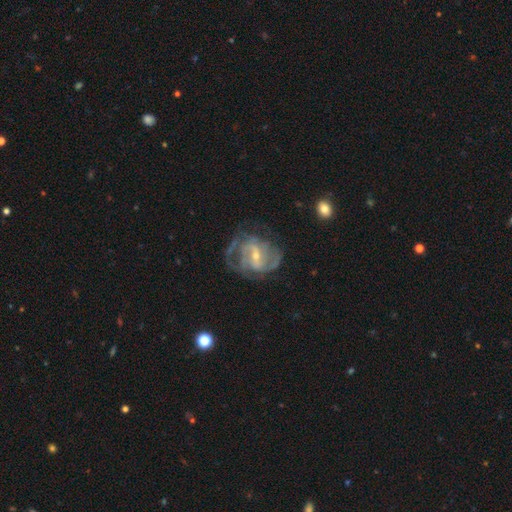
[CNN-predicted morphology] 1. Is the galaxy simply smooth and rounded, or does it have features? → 86% featured or disk, 8% smooth, 6% star or artifact.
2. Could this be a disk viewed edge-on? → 97% no, 3% yes.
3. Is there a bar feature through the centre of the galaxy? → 50% weak, 33% strong, 17% no.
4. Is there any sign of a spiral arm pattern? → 92% yes, 8% no.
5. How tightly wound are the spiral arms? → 48% medium, 33% tight, 19% loose.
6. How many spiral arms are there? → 47% 2, 23% can't tell, 17% 3, 5% 4, 4% 1, 3% more than 4.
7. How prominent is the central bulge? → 60% small, 36% moderate, 2% none, 2% large, 1% dominant.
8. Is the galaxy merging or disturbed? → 55% none, 22% minor disturbance, 21% major disturbance, 2% merger.